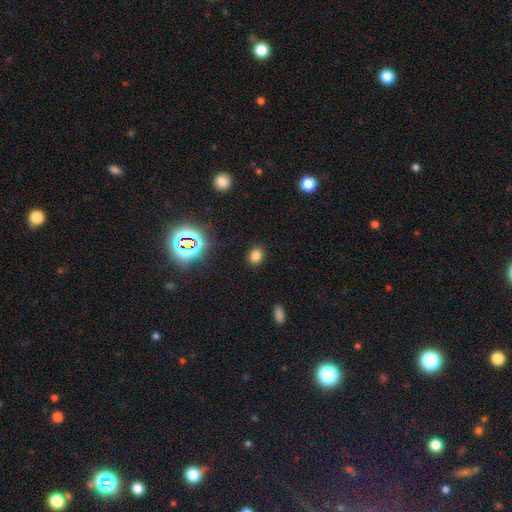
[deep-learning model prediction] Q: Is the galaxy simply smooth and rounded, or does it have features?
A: smooth — 76%.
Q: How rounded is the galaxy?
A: round — 53%.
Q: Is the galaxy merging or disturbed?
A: none — 88%.